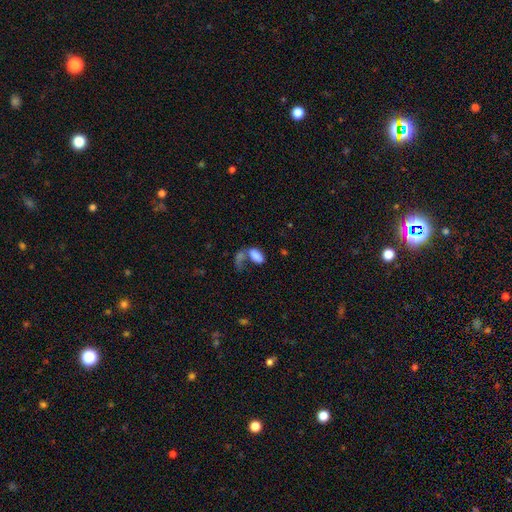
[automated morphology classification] smooth-or-featured: smooth: 80% | featured or disk: 11% | star or artifact: 9%
  how-rounded: in between: 92% | round: 4% | cigar-shaped: 3%
  merging: merger: 49% | none: 28% | major disturbance: 13% | minor disturbance: 10%